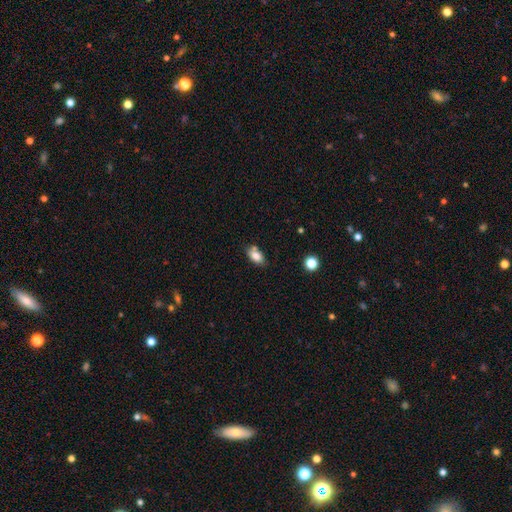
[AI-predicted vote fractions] This is clearly a smooth galaxy (83%). How rounded: clearly in between (88%). Merging: likely none (66%).